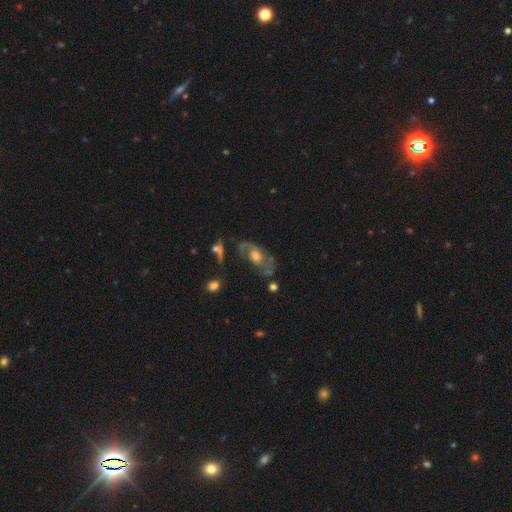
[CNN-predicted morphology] smooth-or-featured: featured or disk: 69% | smooth: 22% | star or artifact: 9%
  disk-edge-on: no: 91% | yes: 9%
    bar: no: 74% | weak: 21% | strong: 5%
    has-spiral-arms: yes: 64% | no: 36%
    bulge-size: moderate: 51% | large: 31% | small: 12% | none: 4% | dominant: 3%
  merging: none: 51% | minor disturbance: 21% | major disturbance: 20% | merger: 8%